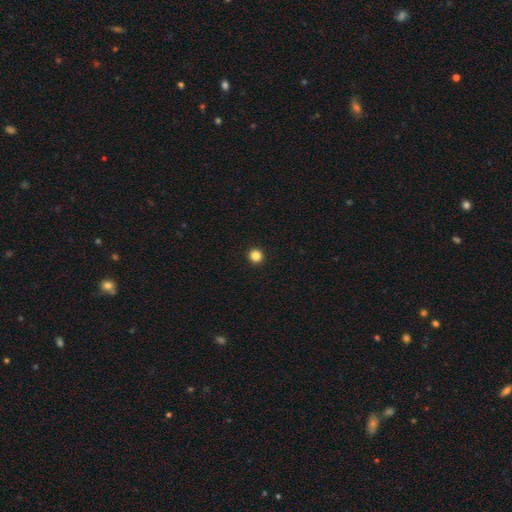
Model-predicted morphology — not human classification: Smooth or featured? Predicted: smooth (p=0.85). How rounded? Predicted: round (p=0.95). Merging? Predicted: none (p=0.94).